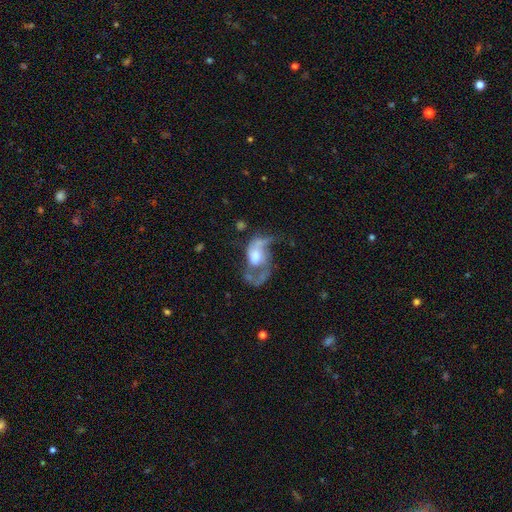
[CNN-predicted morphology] smooth_or_featured: featured or disk (p=0.70) [alt: smooth p=0.22]
disk_edge_on: no (p=0.97) [alt: yes p=0.03]
bar: no (p=0.68) [alt: weak p=0.26]
has_spiral_arms: yes (p=0.75) [alt: no p=0.25]
spiral_winding: loose (p=0.60) [alt: medium p=0.31]
spiral_arm_count: 2 (p=0.62) [alt: 1 p=0.20]
bulge_size: moderate (p=0.42) [alt: large p=0.37]
merging: major disturbance (p=0.49) [alt: none p=0.25]